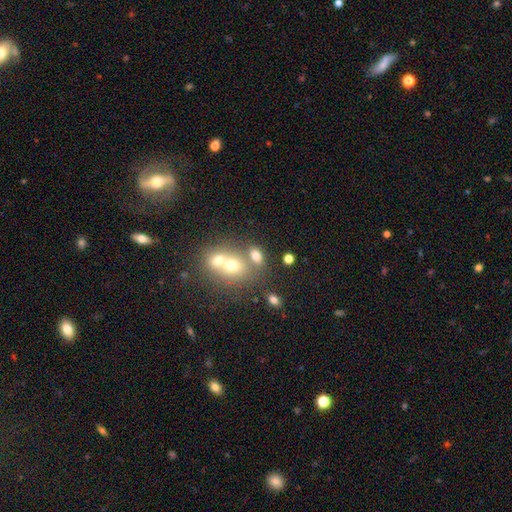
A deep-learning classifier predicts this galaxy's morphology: Smooth or featured: smooth — 70% (featured or disk — 15%)
How rounded: in between — 69% (round — 28%)
Merging: none — 44% (merger — 41%)